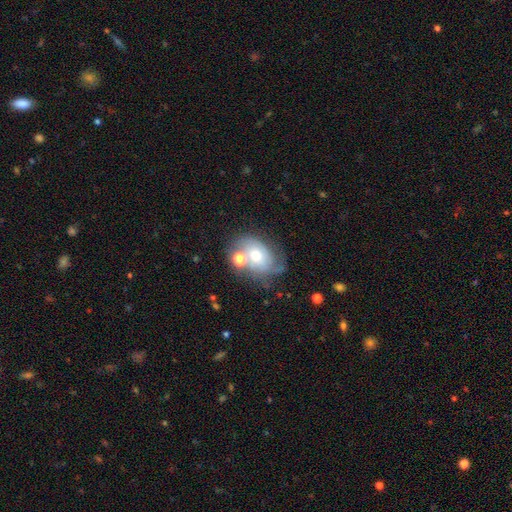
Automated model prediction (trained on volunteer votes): Morphology: type=featured or disk (48%); merging=none (37%).